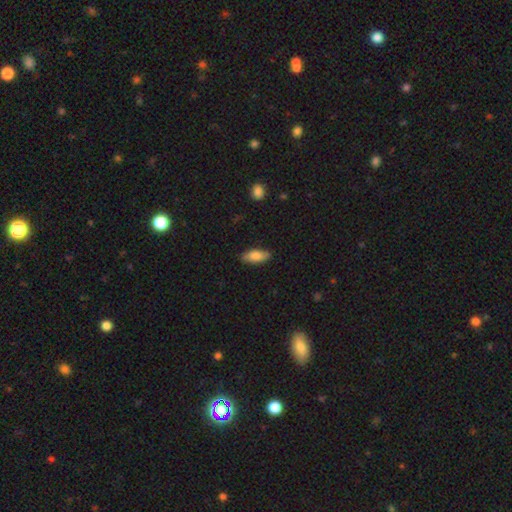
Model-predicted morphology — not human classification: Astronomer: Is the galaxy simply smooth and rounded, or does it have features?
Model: smooth — 80%.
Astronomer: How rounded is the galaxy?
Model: in between — 78%.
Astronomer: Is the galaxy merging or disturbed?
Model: none — 85%.